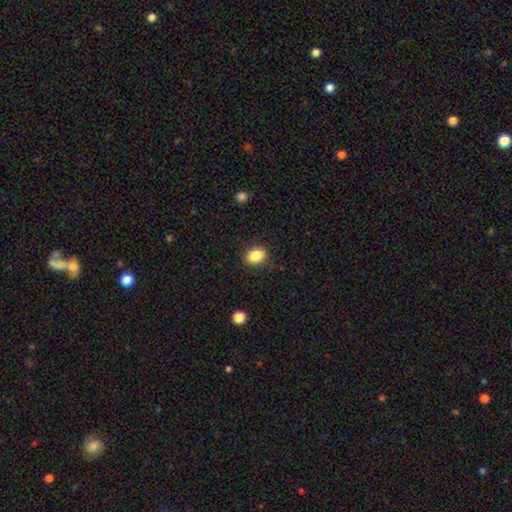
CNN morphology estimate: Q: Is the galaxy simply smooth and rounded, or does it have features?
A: smooth — 86%.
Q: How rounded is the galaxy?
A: in between — 72%.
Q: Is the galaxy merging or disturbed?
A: none — 88%.